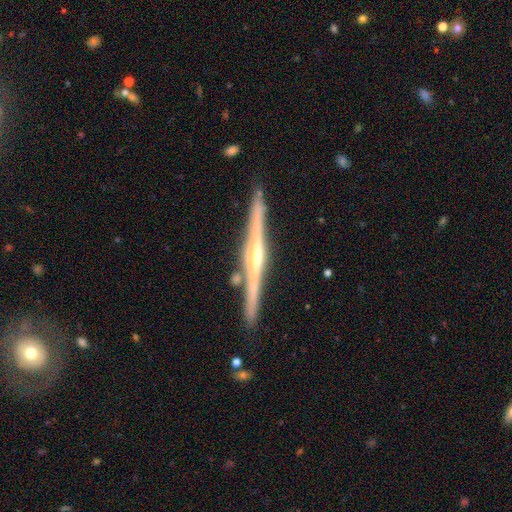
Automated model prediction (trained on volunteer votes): A featured or disk galaxy (83%) viewed edge-on (98%) with a rounded central bulge (72%).

Vote fractions:
- Smooth or featured? featured or disk: 83% / smooth: 12% / star or artifact: 5%
- Edge-on disk? yes: 98% / no: 2%
- Edge-on bulge? rounded: 72% / none: 18% / boxy: 10%
- Merging? none: 88% / minor disturbance: 8% / merger: 2% / major disturbance: 1%